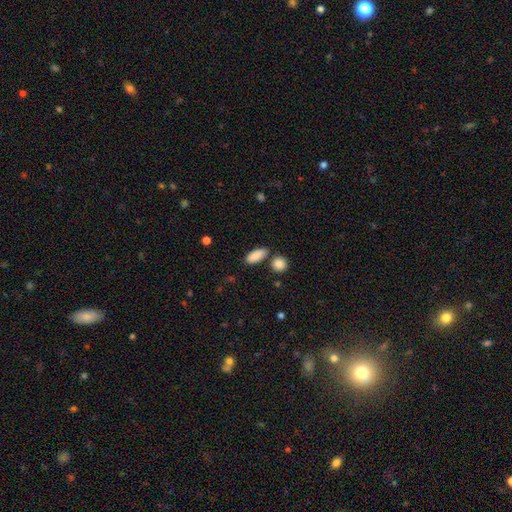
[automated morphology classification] Q: Smooth or featured?
A: smooth (88%); runner-up: star or artifact (7%)
Q: How rounded?
A: in between (82%); runner-up: cigar-shaped (14%)
Q: Merging?
A: none (76%); runner-up: minor disturbance (12%)